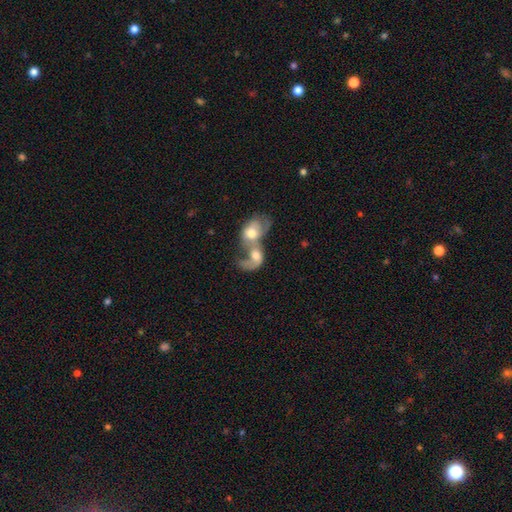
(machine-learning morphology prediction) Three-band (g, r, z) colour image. It shows a smooth galaxy with no disk features (51%) that is in between round and cigar-shaped (68%). Merging: merger (85%).